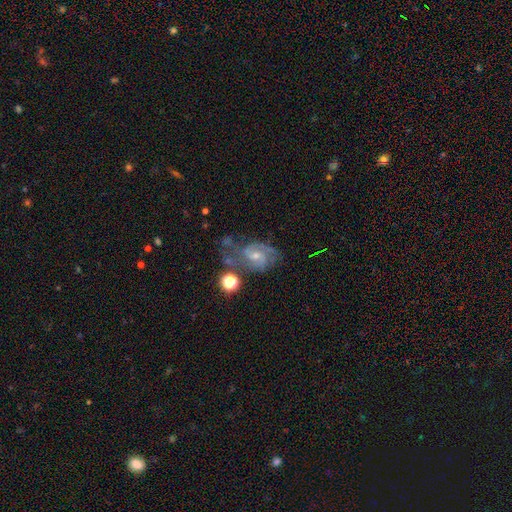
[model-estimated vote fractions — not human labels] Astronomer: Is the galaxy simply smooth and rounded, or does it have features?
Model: featured or disk — 80%.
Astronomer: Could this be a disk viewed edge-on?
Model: no — 97%.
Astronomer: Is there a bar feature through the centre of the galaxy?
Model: weak — 48% (runner-up: no, 40%).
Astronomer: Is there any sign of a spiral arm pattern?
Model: yes — 95%.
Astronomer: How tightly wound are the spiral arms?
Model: medium — 47% (runner-up: tight, 39%).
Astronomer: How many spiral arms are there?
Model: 2 — 64%.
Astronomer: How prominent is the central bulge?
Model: small — 54% (runner-up: moderate, 40%).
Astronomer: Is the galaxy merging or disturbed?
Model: none — 56%.